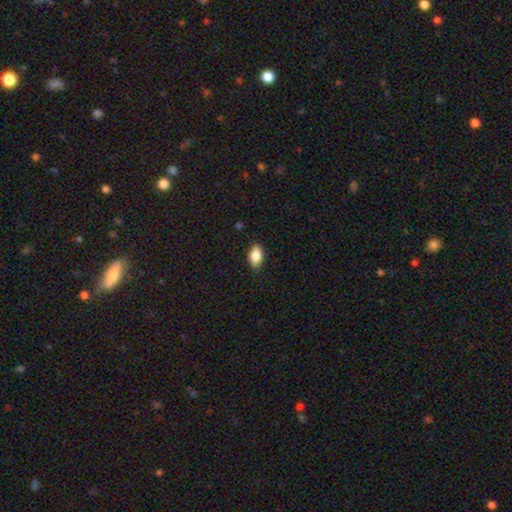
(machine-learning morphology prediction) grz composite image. It shows a smooth galaxy with no disk features (84%) that is in between round and cigar-shaped (90%). Merging: none (84%).